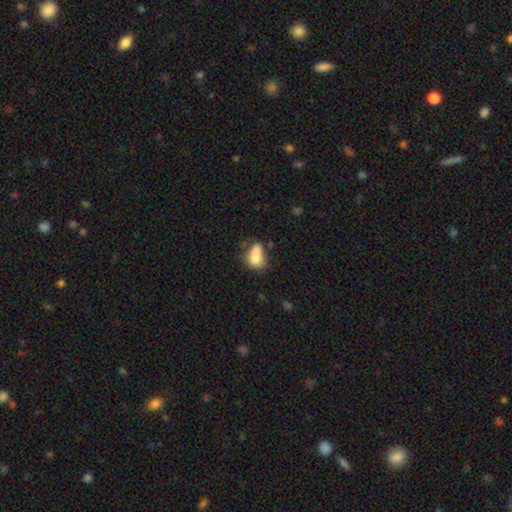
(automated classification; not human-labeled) Q: Smooth or featured?
A: smooth (78%); runner-up: featured or disk (11%)
Q: How rounded?
A: in between (81%); runner-up: round (10%)
Q: Merging?
A: none (39%); runner-up: minor disturbance (29%)